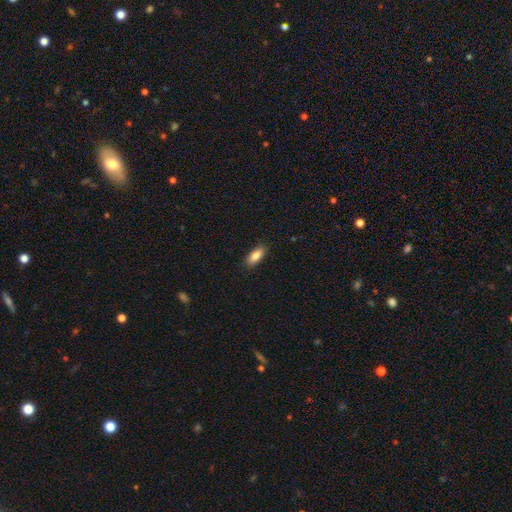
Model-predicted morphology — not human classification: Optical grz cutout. It shows a smooth galaxy with no disk features (86%) that is in between round and cigar-shaped (85%). Merging: none (87%).